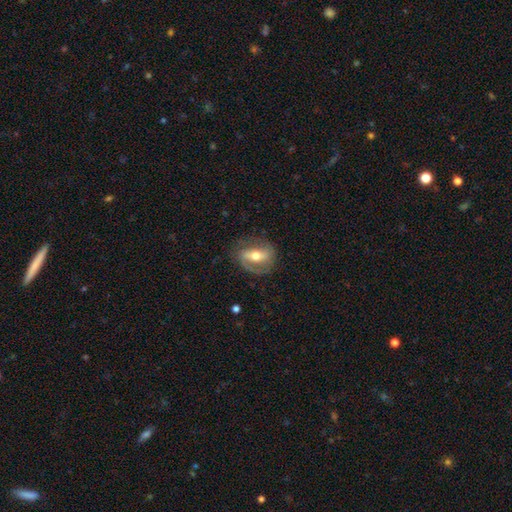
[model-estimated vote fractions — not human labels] This is likely a featured or disk galaxy (69%). It is clearly not viewed edge-on (91%). Bar: possibly strong (51%). Spiral arm pattern: likely yes (77%). Central bulge: likely moderate (67%). Merging: likely none (73%).